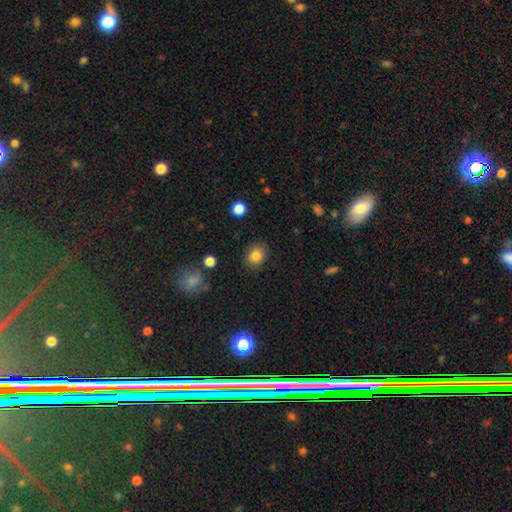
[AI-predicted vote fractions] This appears to be a smooth galaxy with no disk features (84%) that is round (52%). Merging: none (83%).